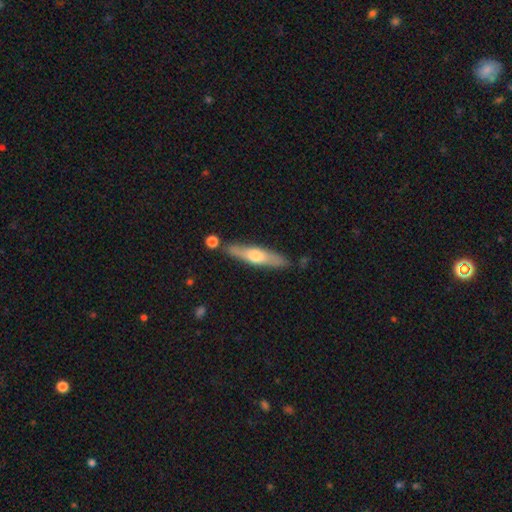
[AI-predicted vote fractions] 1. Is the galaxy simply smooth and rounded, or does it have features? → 49% featured or disk, 46% smooth, 5% star or artifact.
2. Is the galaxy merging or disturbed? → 80% none, 12% minor disturbance, 6% merger, 2% major disturbance.